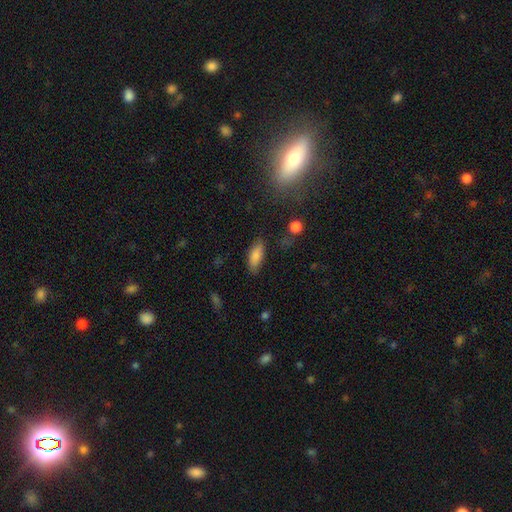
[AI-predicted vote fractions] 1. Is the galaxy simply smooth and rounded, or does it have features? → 83% smooth, 9% featured or disk, 8% star or artifact.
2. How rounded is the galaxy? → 78% in between, 20% cigar-shaped, 2% round.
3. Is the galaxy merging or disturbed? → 79% none, 15% minor disturbance, 4% major disturbance, 2% merger.